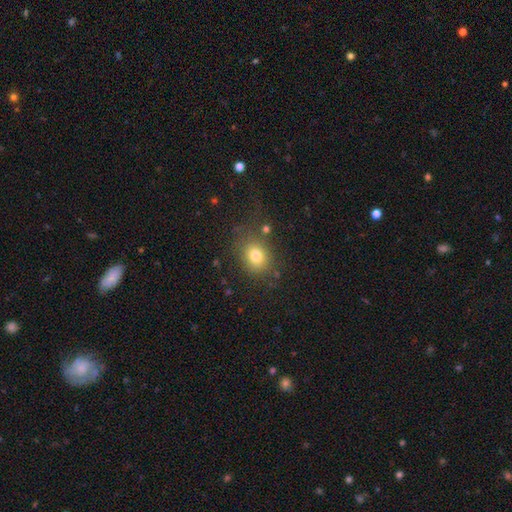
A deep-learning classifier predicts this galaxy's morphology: type=smooth (78%); roundness=round (59%); merging=none (74%).